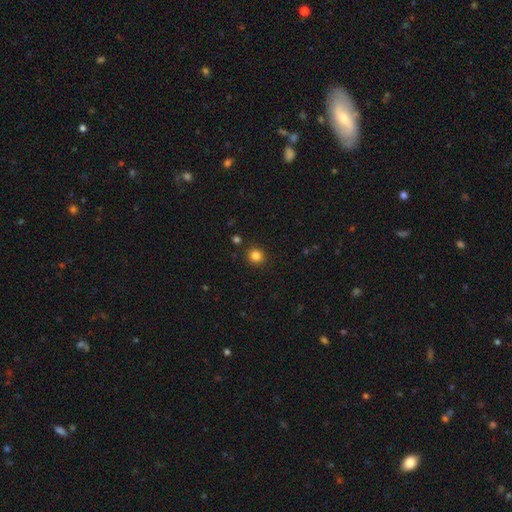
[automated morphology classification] The model was most divided on "smooth or featured": smooth: 83%, star or artifact: 12%, featured or disk: 5%. More confident: how rounded — round (92%); merging — none (90%).